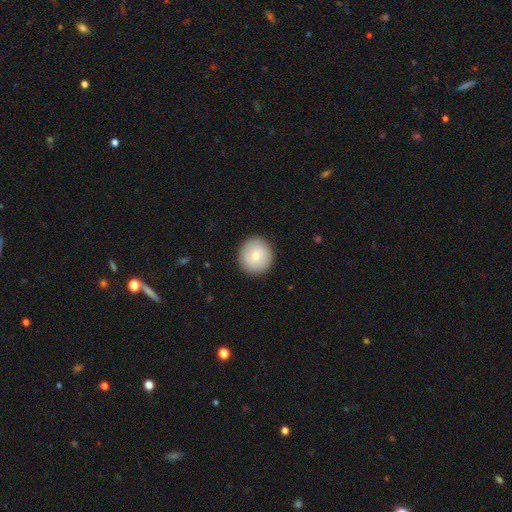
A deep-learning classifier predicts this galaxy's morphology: This appears to be a smooth galaxy with no disk features (74%) that is round (94%). Merging: none (91%).